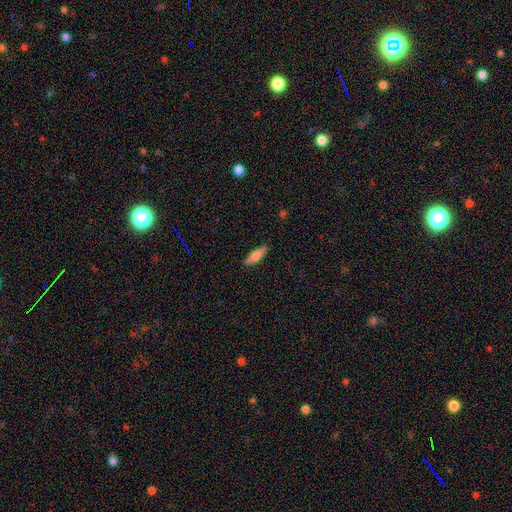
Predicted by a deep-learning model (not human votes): smooth_or_featured: smooth (p=0.69) [alt: featured or disk p=0.25]
how_rounded: cigar-shaped (p=0.53) [alt: in between p=0.45]
merging: none (p=0.88) [alt: minor disturbance p=0.09]